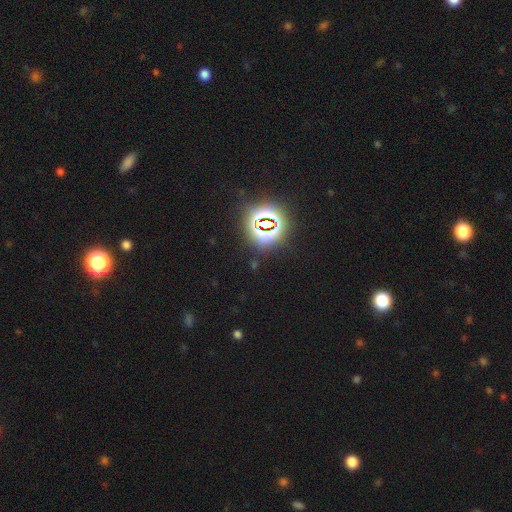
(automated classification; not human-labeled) The model was most divided on "smooth or featured": star or artifact: 79%, smooth: 14%, featured or disk: 7%.